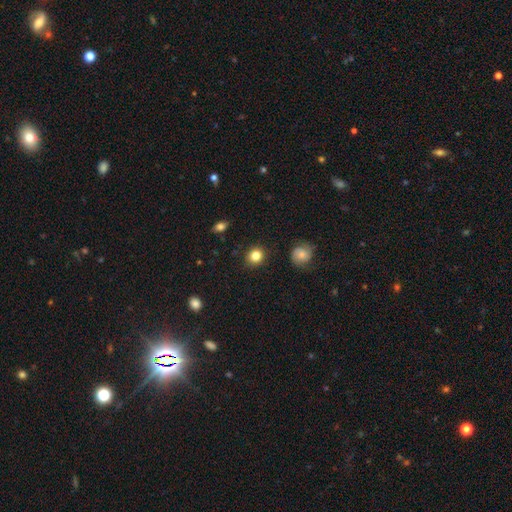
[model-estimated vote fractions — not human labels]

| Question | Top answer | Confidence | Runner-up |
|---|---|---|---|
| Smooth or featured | smooth | 84% | star or artifact (10%) |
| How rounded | round | 84% | in between (15%) |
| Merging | none | 90% | minor disturbance (7%) |